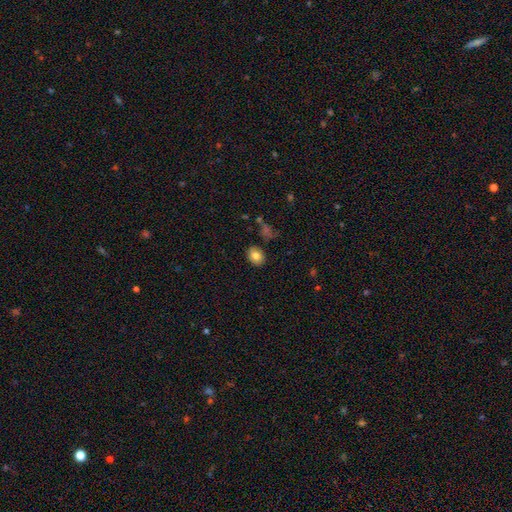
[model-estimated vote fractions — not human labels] A smooth galaxy with no disk features (80%) that is in between round and cigar-shaped (52%). Merging: none (85%).